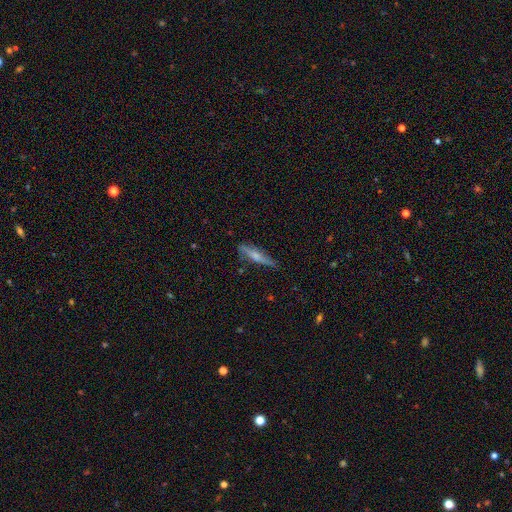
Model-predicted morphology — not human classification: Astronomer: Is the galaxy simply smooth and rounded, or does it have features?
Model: smooth — 53% (runner-up: featured or disk, 40%).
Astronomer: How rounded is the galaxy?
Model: cigar-shaped — 83%.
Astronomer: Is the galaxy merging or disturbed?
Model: none — 74%.